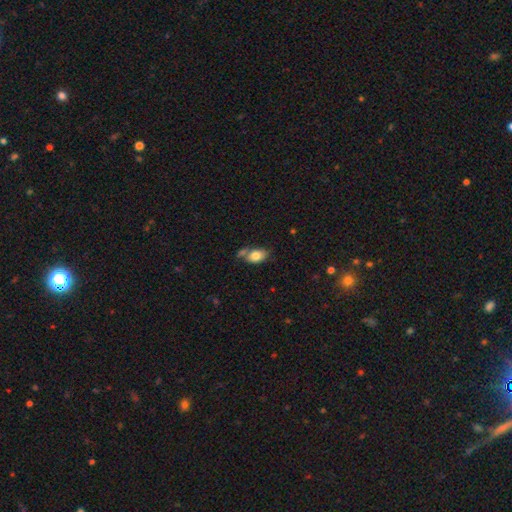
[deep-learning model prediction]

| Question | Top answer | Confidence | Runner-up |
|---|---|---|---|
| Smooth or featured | smooth | 80% | featured or disk (13%) |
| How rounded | in between | 88% | round (10%) |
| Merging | none | 51% | merger (24%) |